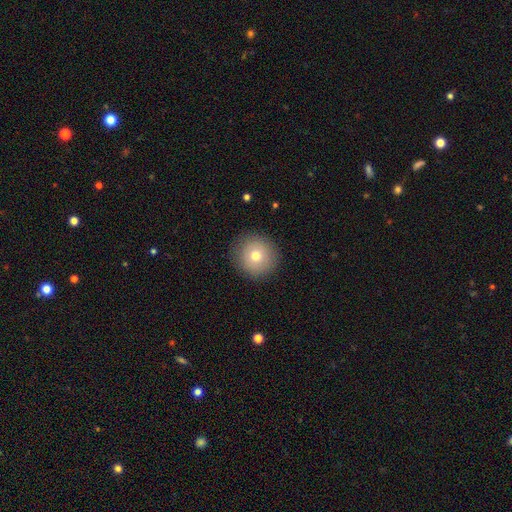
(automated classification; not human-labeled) Overall: smooth (74%). How rounded: round (95%). Merging: none (89%).